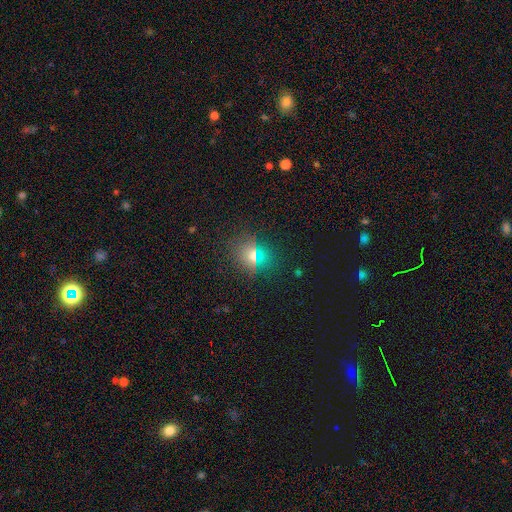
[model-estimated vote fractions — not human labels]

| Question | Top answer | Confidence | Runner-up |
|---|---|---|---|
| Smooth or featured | smooth | 58% | star or artifact (29%) |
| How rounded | round | 67% | in between (30%) |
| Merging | none | 82% | minor disturbance (10%) |